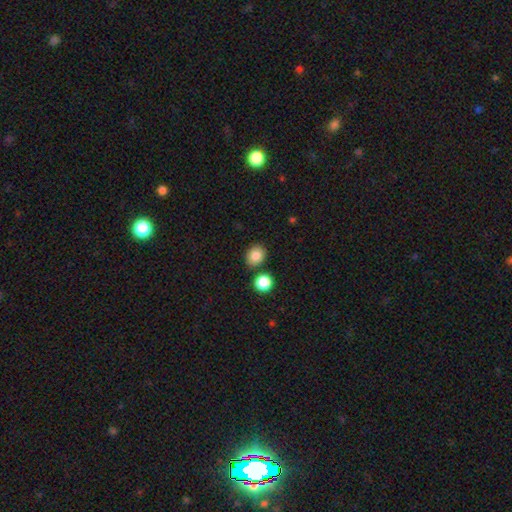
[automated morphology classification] A smooth galaxy with no disk features (85%) that is round (60%).

Vote fractions:
- Smooth or featured? smooth: 85% / star or artifact: 10% / featured or disk: 5%
- How rounded? round: 60% / in between: 39% / cigar-shaped: 1%
- Merging? none: 80% / minor disturbance: 9% / merger: 8% / major disturbance: 2%